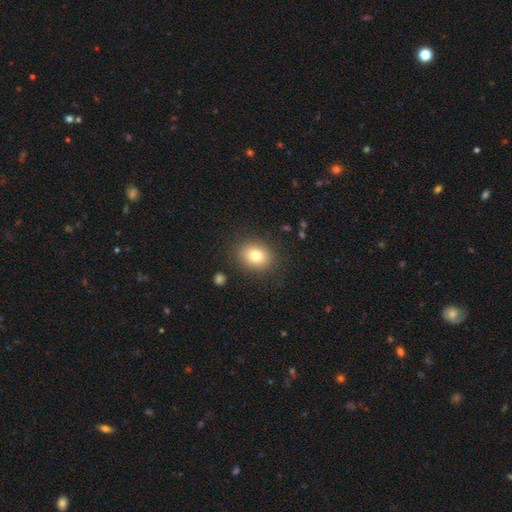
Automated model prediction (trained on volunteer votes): smooth_or_featured: smooth (p=0.80) [alt: featured or disk p=0.10]
how_rounded: round (p=0.51) [alt: in between p=0.49]
merging: none (p=0.85) [alt: minor disturbance p=0.10]